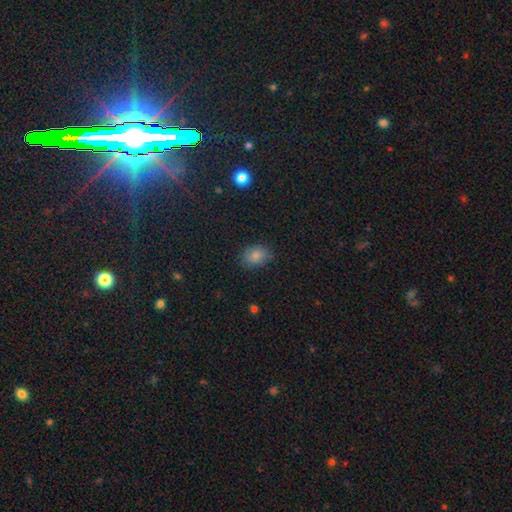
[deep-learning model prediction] smooth_or_featured: smooth (p=0.82) [alt: star or artifact p=0.11]
how_rounded: in between (p=0.60) [alt: round p=0.39]
merging: none (p=0.81) [alt: minor disturbance p=0.15]